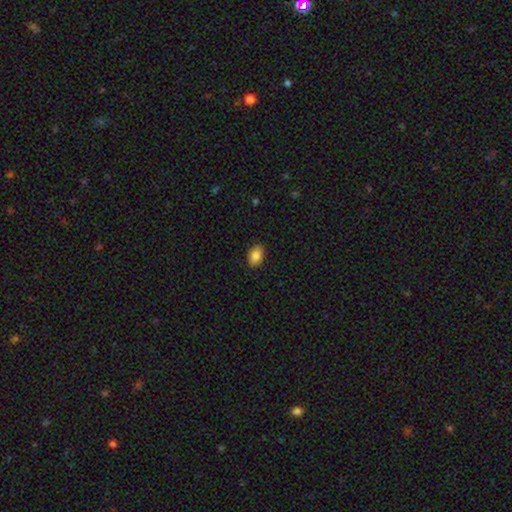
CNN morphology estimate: type=smooth (87%); roundness=in between (89%); merging=none (88%).